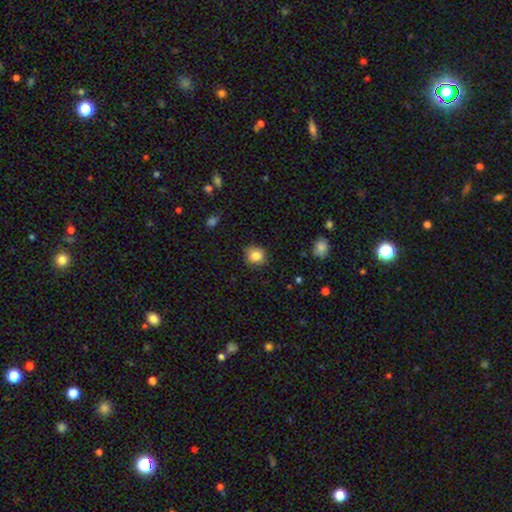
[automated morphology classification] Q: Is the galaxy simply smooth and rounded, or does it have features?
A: smooth — 85%.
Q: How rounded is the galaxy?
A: round — 82%.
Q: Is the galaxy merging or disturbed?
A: none — 82%.